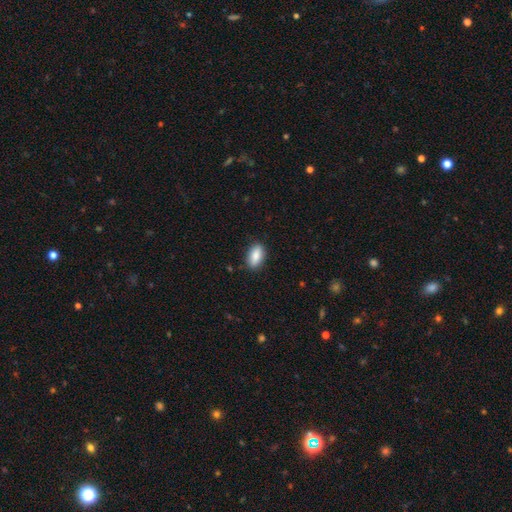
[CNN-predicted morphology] Smooth or featured? Predicted: smooth (p=0.87). How rounded? Predicted: in between (p=0.91). Merging? Predicted: none (p=0.87).